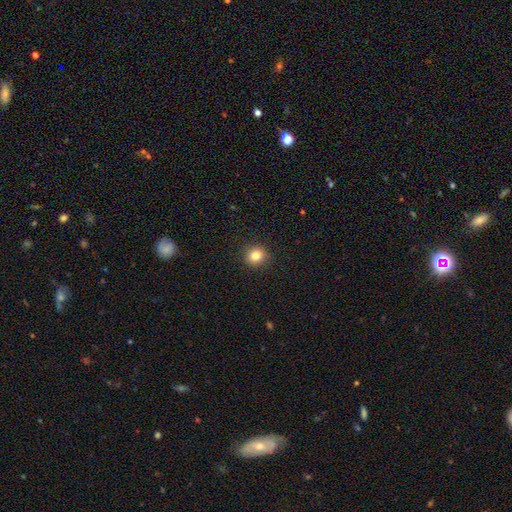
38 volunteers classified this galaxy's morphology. This is clearly a smooth galaxy (89%). How rounded: clearly round (91%). Merging: clearly none (97%).